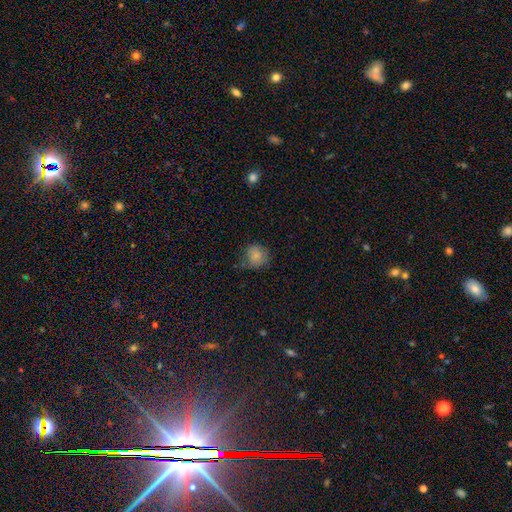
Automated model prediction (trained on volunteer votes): Overall: smooth (82%). How rounded: round (87%). Merging: none (66%).